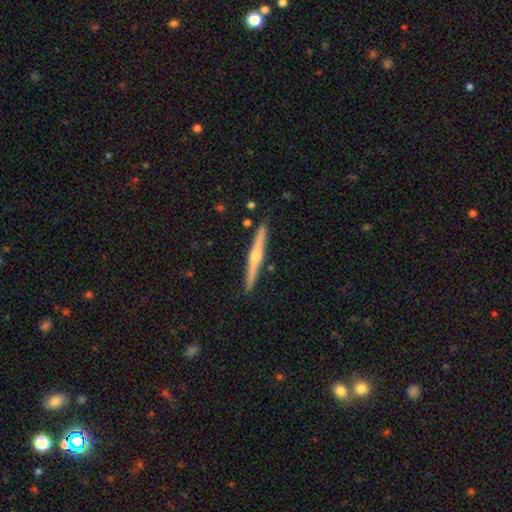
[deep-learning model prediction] smooth_or_featured: featured or disk (p=0.70) [alt: smooth p=0.24]
disk_edge_on: yes (p=0.98) [alt: no p=0.02]
edge_on_bulge: rounded (p=0.89) [alt: none p=0.08]
merging: none (p=0.91) [alt: minor disturbance p=0.06]